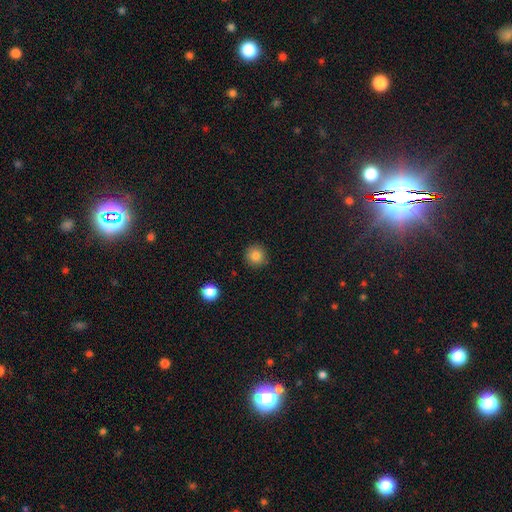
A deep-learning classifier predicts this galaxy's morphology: Q: Smooth or featured?
A: smooth (83%); runner-up: star or artifact (11%)
Q: How rounded?
A: round (93%); runner-up: in between (6%)
Q: Merging?
A: none (90%); runner-up: minor disturbance (7%)